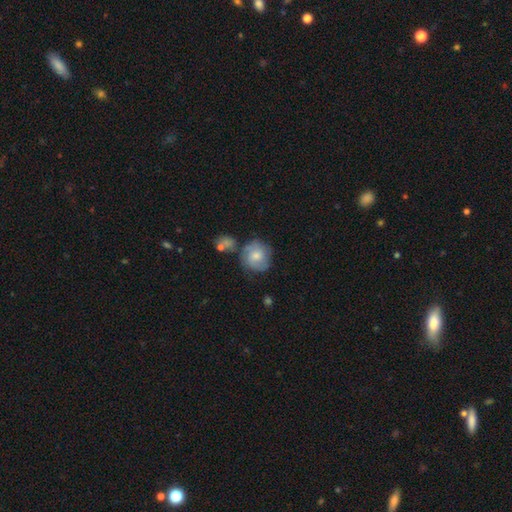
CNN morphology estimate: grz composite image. It shows a smooth galaxy with no disk features (53%) that is round (84%). Merging: none (60%).